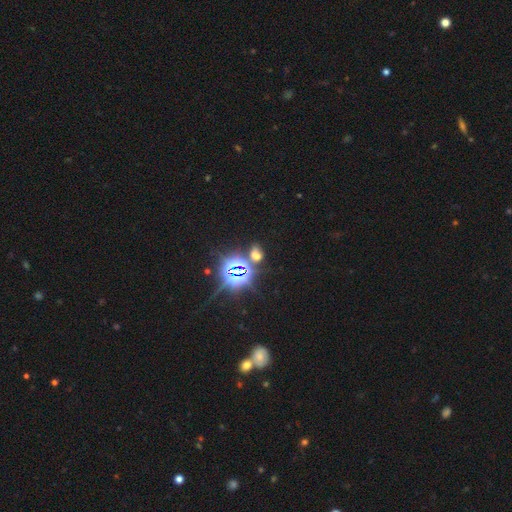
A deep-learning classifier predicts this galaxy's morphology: Smooth or featured? star or artifact (60%)